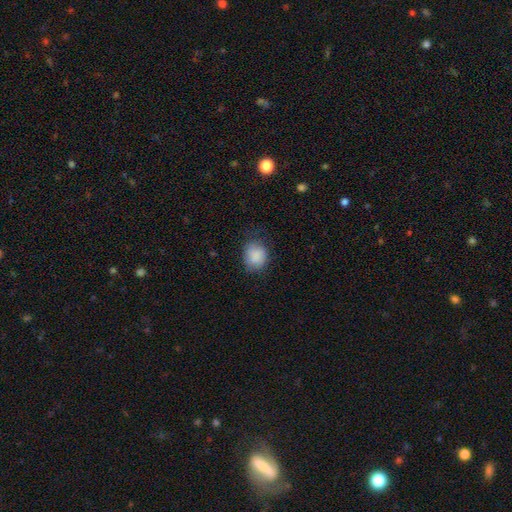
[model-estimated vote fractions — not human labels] A smooth galaxy with no disk features (87%) that is round (55%).

Vote fractions:
- Smooth or featured? smooth: 87% / star or artifact: 7% / featured or disk: 6%
- How rounded? round: 55% / in between: 44% / cigar-shaped: 1%
- Merging? none: 69% / minor disturbance: 23% / major disturbance: 7% / merger: 1%